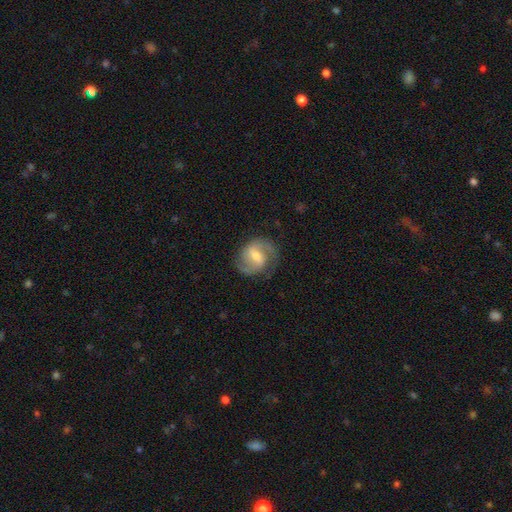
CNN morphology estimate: smooth-or-featured: featured or disk: 81% | smooth: 14% | star or artifact: 5%
  disk-edge-on: no: 98% | yes: 2%
    bar: weak: 54% | strong: 29% | no: 17%
    has-spiral-arms: yes: 94% | no: 6%
      spiral-winding: medium: 54% | tight: 25% | loose: 20%
      spiral-arm-count: 2: 87% | can't tell: 5% | 1: 3% | 3: 2% | 4: 1% | more than 4: 1%
    bulge-size: moderate: 55% | small: 33% | large: 7% | none: 4% | dominant: 1%
  merging: none: 77% | minor disturbance: 15% | major disturbance: 7% | merger: 1%